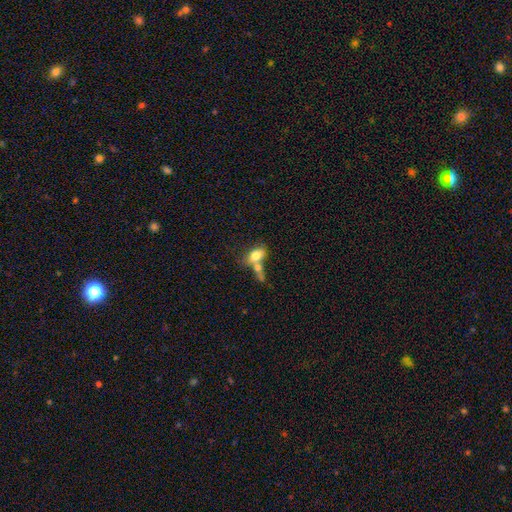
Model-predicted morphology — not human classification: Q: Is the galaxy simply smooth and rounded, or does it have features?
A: smooth — 73%.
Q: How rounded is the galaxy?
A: in between — 79%.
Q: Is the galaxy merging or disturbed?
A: merger — 57%.